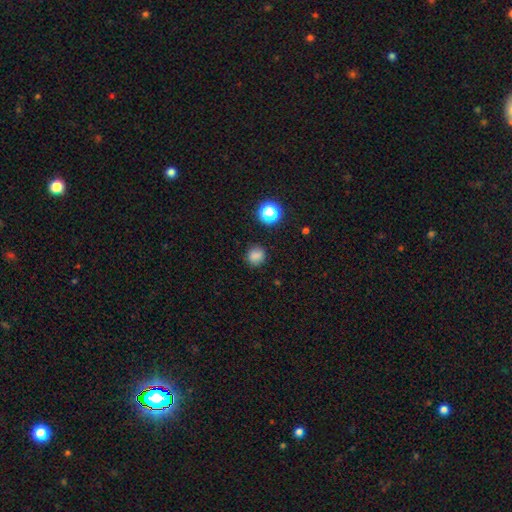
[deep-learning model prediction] Smooth or featured? smooth (81%)
How rounded? round (83%)
Merging? none (85%)